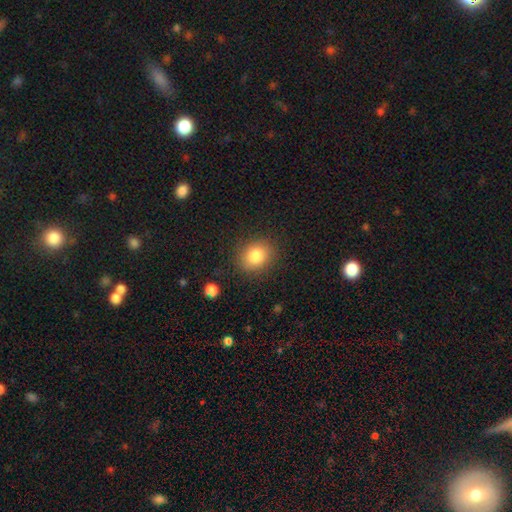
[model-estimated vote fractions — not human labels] A smooth galaxy with no disk features (83%) that is round (62%).

Vote fractions:
- Smooth or featured? smooth: 83% / star or artifact: 10% / featured or disk: 7%
- How rounded? round: 62% / in between: 37% / cigar-shaped: 1%
- Merging? none: 86% / minor disturbance: 9% / major disturbance: 3% / merger: 1%